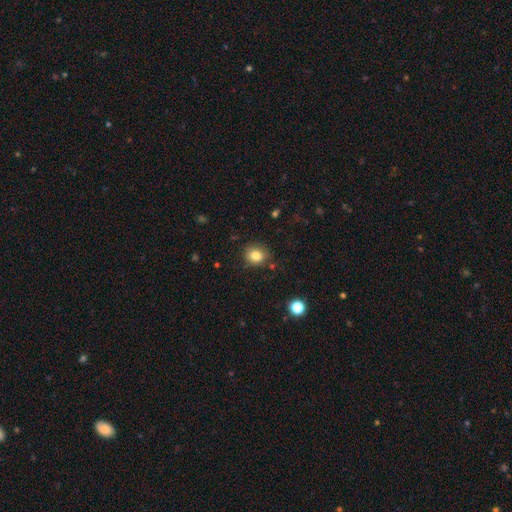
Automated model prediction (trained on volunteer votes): Smooth or featured? Predicted: smooth (p=0.83). How rounded? Predicted: round (p=0.67). Merging? Predicted: none (p=0.83).